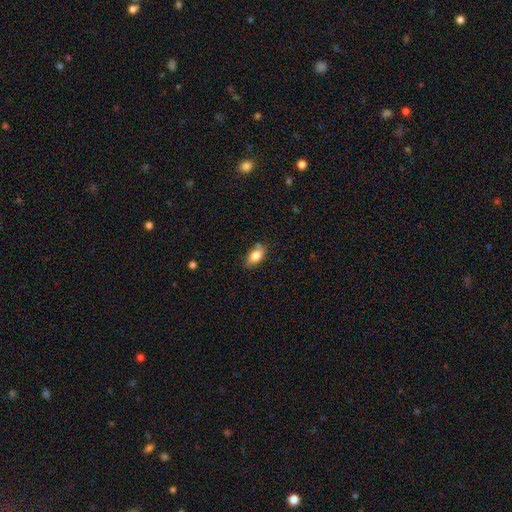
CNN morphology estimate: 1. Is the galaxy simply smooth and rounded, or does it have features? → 81% smooth, 12% featured or disk, 8% star or artifact.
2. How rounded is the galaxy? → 88% in between, 6% cigar-shaped, 5% round.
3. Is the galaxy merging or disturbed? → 72% none, 20% minor disturbance, 4% merger, 4% major disturbance.